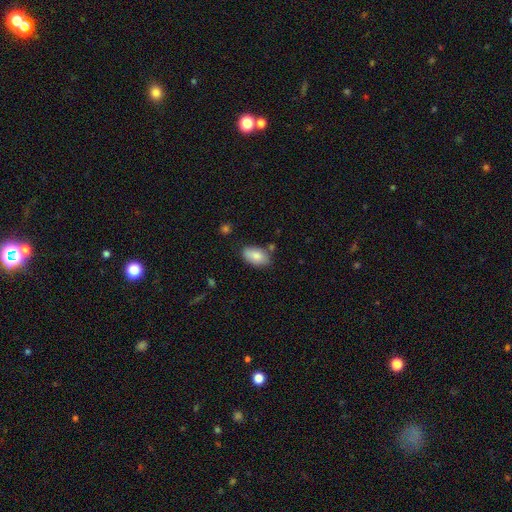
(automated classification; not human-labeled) Overall: smooth (83%). How rounded: in between (94%). Merging: none (75%).